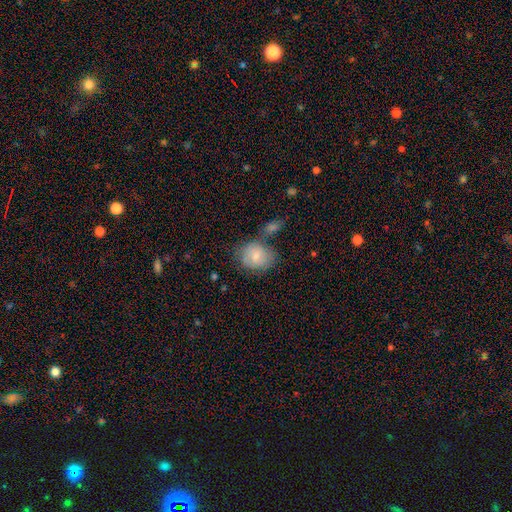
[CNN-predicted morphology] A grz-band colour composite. It shows a smooth galaxy with no disk features (76%) that is round (52%). Merging: none (48%).